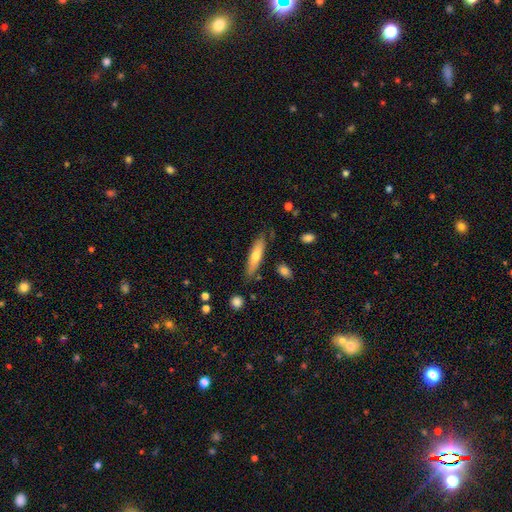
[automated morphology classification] type=smooth (61%); roundness=cigar-shaped (76%); merging=none (80%).